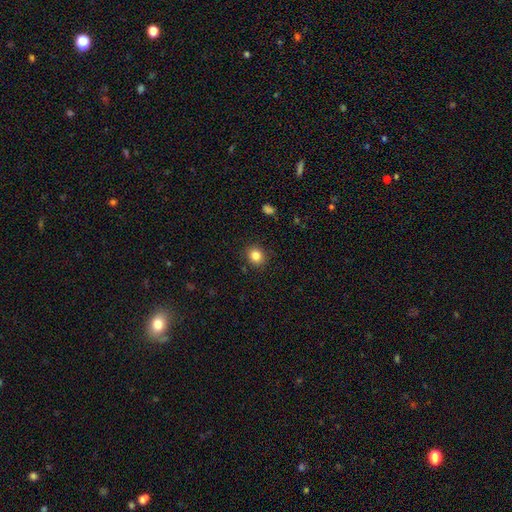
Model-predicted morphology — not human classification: The model was most divided on "how rounded": round: 77%, in between: 23%, cigar-shaped: 1%. More confident: merging — none (89%); smooth or featured — smooth (84%).